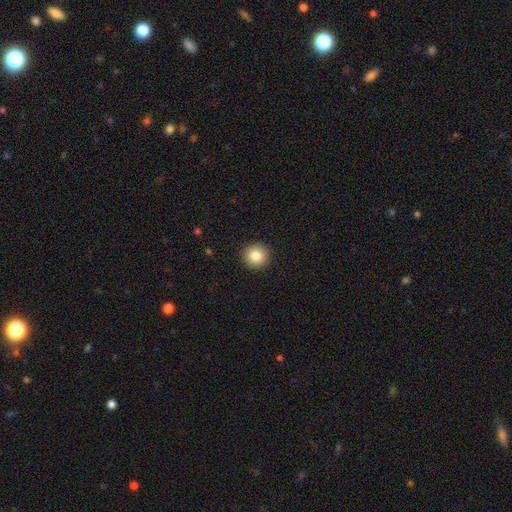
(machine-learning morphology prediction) Q: Smooth or featured?
A: smooth (84%); runner-up: star or artifact (9%)
Q: How rounded?
A: round (95%); runner-up: in between (4%)
Q: Merging?
A: none (93%); runner-up: minor disturbance (5%)